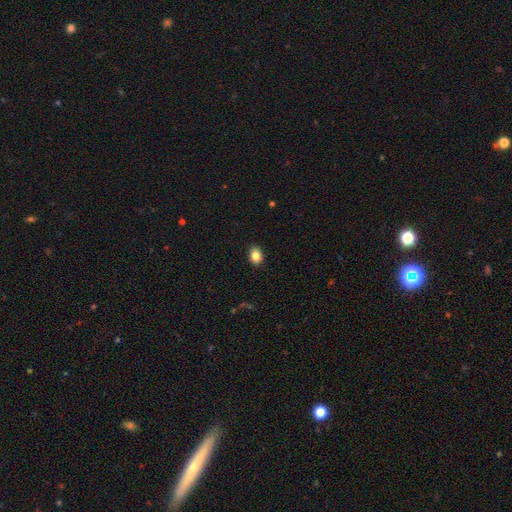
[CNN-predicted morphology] smooth_or_featured: smooth (p=0.85) [alt: star or artifact p=0.09]
how_rounded: in between (p=0.56) [alt: round p=0.43]
merging: none (p=0.90) [alt: minor disturbance p=0.07]